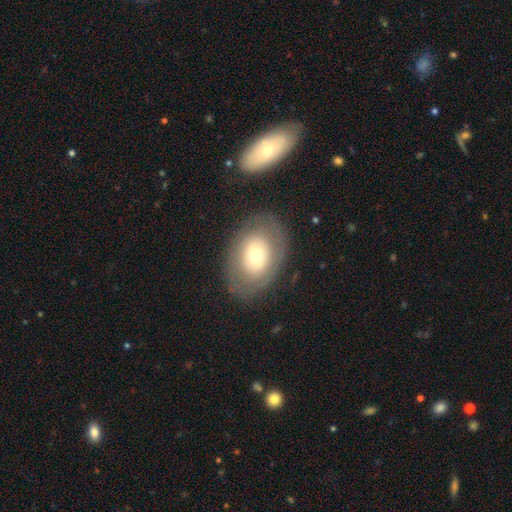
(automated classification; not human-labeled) The model was most divided on "smooth or featured": smooth: 51%, featured or disk: 40%, star or artifact: 8%. More confident: merging — none (79%); how rounded — in between (75%).